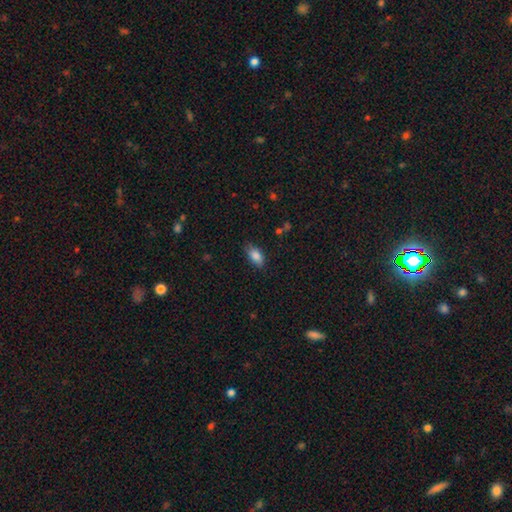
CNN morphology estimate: Smooth or featured: smooth — 85% (star or artifact — 8%)
How rounded: in between — 90% (cigar-shaped — 6%)
Merging: none — 77% (minor disturbance — 18%)